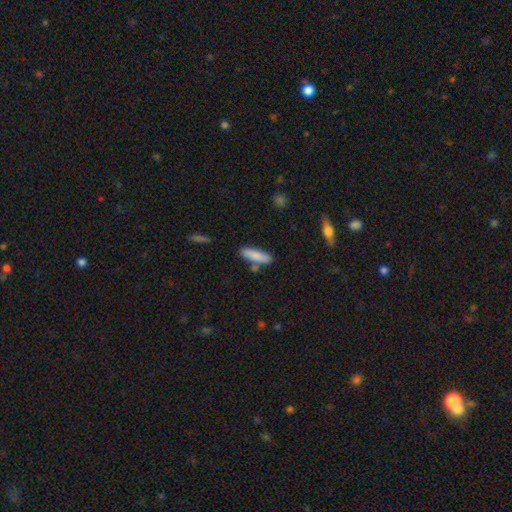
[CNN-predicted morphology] Smooth or featured: smooth — 84% (featured or disk — 10%)
How rounded: cigar-shaped — 61% (in between — 38%)
Merging: none — 78% (minor disturbance — 12%)